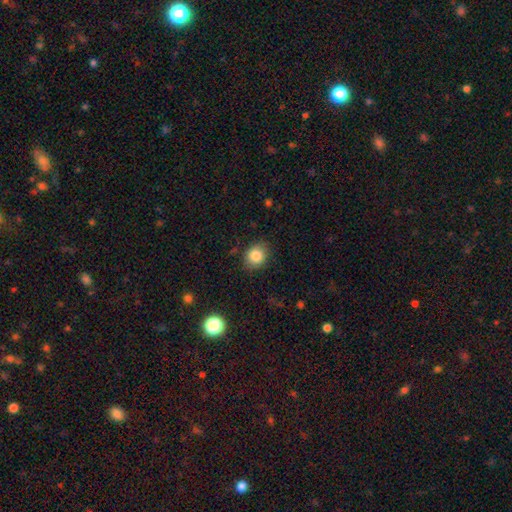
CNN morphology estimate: A smooth galaxy with no disk features (84%) that is round (70%). Merging: none (81%).